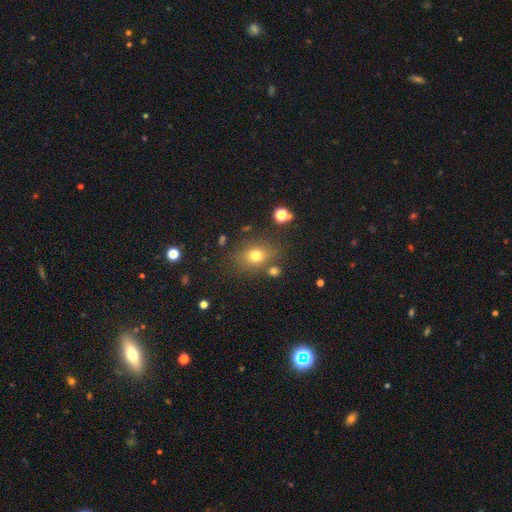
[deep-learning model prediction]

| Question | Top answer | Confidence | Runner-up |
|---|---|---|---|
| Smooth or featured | smooth | 73% | star or artifact (16%) |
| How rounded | round | 52% | in between (47%) |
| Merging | none | 74% | minor disturbance (13%) |